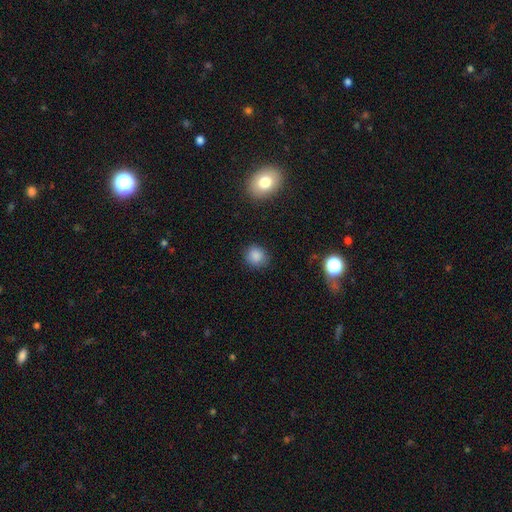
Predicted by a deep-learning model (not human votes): Q: Smooth or featured?
A: smooth (85%); runner-up: star or artifact (11%)
Q: How rounded?
A: round (82%); runner-up: in between (16%)
Q: Merging?
A: none (86%); runner-up: minor disturbance (10%)